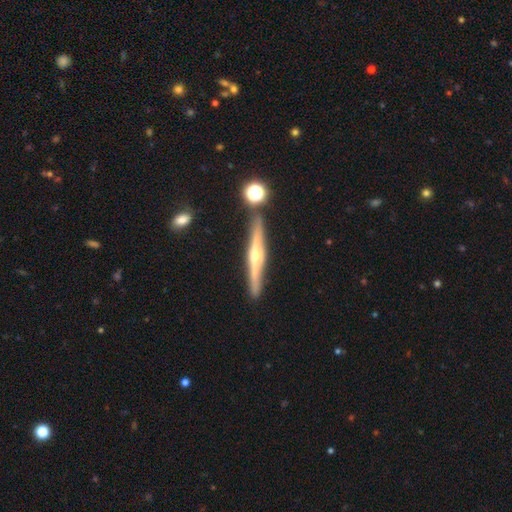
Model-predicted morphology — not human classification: type=featured or disk (76%); edge-on=yes (97%); edge-on bulge=rounded (86%); merging=none (86%).